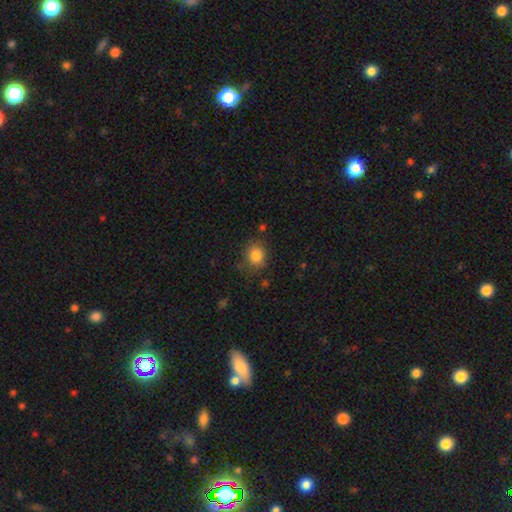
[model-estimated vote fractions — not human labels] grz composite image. It shows a smooth galaxy with no disk features (84%) that is round (68%). Merging: none (76%).